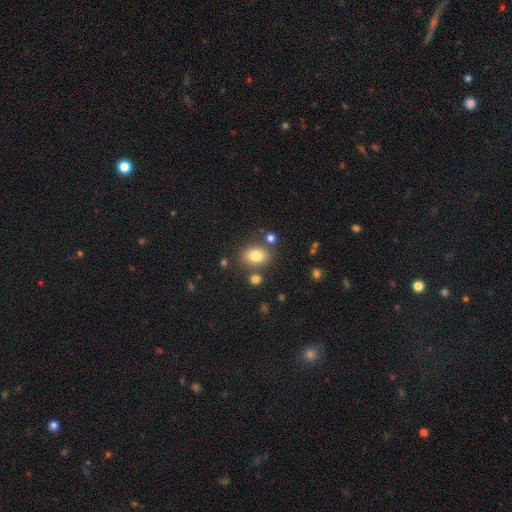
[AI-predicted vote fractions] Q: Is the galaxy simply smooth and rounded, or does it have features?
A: smooth — 79%.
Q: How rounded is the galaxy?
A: in between — 61%.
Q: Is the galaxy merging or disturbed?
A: none — 76%.